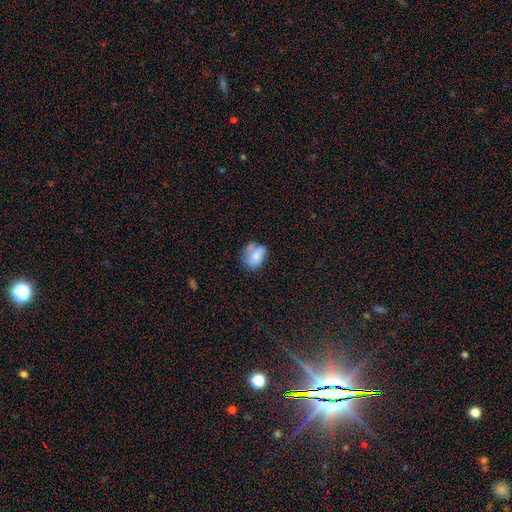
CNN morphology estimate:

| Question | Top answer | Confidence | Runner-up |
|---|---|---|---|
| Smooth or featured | smooth | 71% | featured or disk (19%) |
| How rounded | in between | 69% | round (29%) |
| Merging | none | 46% | minor disturbance (30%) |